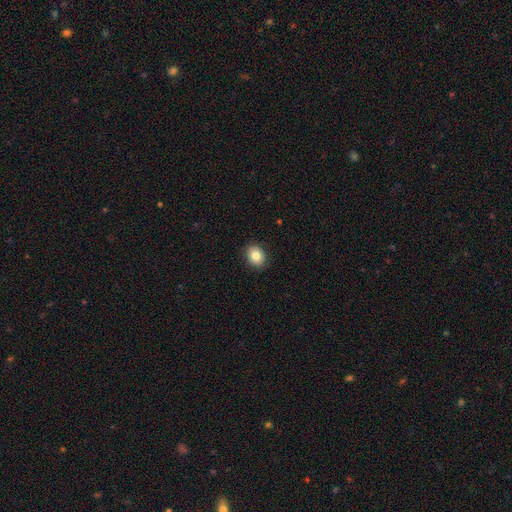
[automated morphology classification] smooth_or_featured: smooth (p=0.83) [alt: star or artifact p=0.09]
how_rounded: in between (p=0.51) [alt: round p=0.48]
merging: none (p=0.89) [alt: minor disturbance p=0.08]